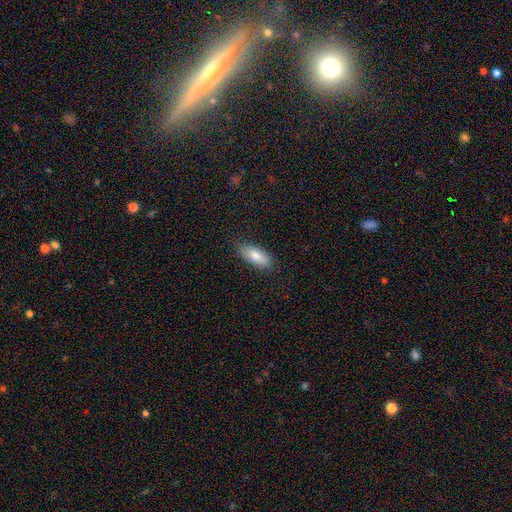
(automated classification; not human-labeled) The model was most divided on "how rounded": in between: 82%, cigar-shaped: 16%, round: 2%. More confident: merging — none (84%); smooth or featured — smooth (81%).